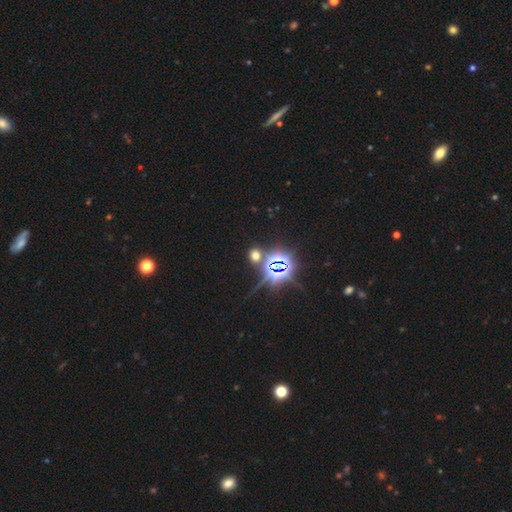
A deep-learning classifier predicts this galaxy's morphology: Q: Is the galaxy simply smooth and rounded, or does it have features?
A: star or artifact — 51%.